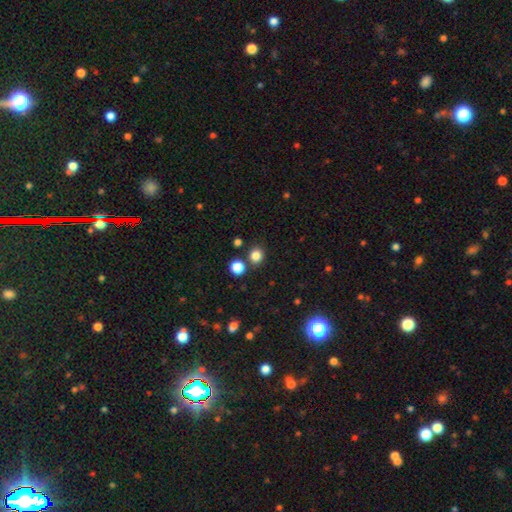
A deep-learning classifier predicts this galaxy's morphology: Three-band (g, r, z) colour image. It shows a smooth galaxy with no disk features (83%) that is round (86%). Merging: none (82%).